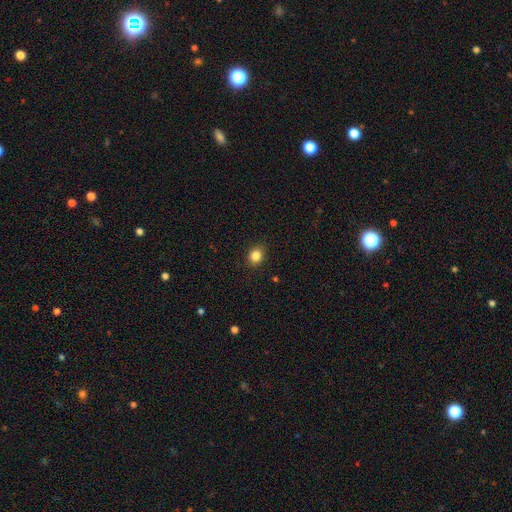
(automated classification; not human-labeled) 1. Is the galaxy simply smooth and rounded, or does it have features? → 85% smooth, 11% star or artifact, 5% featured or disk.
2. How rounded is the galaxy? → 63% round, 36% in between, 1% cigar-shaped.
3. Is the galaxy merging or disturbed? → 87% none, 9% minor disturbance, 2% major disturbance, 1% merger.